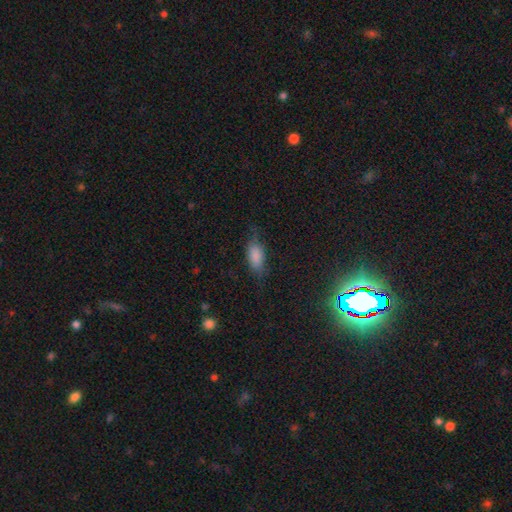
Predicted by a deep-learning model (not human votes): Smooth or featured?
  - smooth: 79% *
  - featured or disk: 12%
  - star or artifact: 9%
How rounded?
  - in between: 85% *
  - cigar-shaped: 11%
  - round: 4%
Merging?
  - none: 63% *
  - minor disturbance: 25%
  - major disturbance: 11%
  - merger: 2%